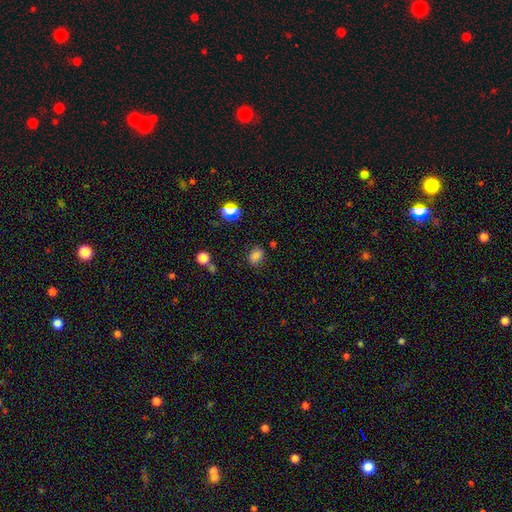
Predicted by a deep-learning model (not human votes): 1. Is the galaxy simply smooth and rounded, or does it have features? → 79% smooth, 15% star or artifact, 6% featured or disk.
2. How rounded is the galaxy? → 56% in between, 43% round, 1% cigar-shaped.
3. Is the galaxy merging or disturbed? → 80% none, 13% minor disturbance, 4% major disturbance, 3% merger.